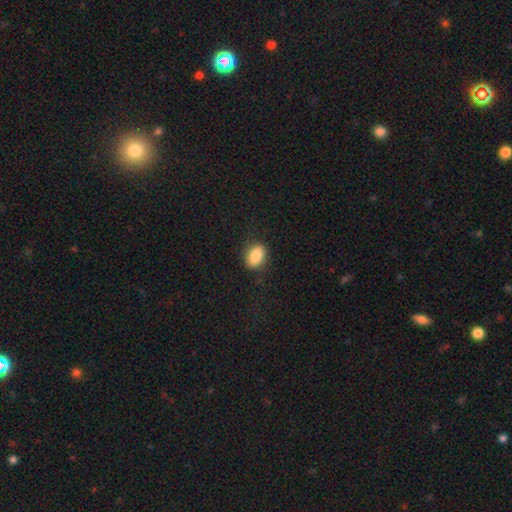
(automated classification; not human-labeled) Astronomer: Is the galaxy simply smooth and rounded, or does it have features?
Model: smooth — 85%.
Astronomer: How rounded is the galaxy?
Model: in between — 80%.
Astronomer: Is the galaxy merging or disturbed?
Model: none — 83%.